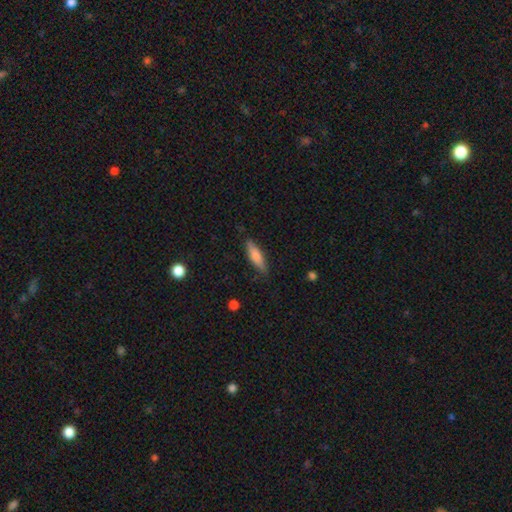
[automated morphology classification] smooth-or-featured: smooth: 74% | featured or disk: 20% | star or artifact: 6%
  how-rounded: cigar-shaped: 62% | in between: 36% | round: 2%
  merging: none: 82% | minor disturbance: 14% | major disturbance: 3% | merger: 1%